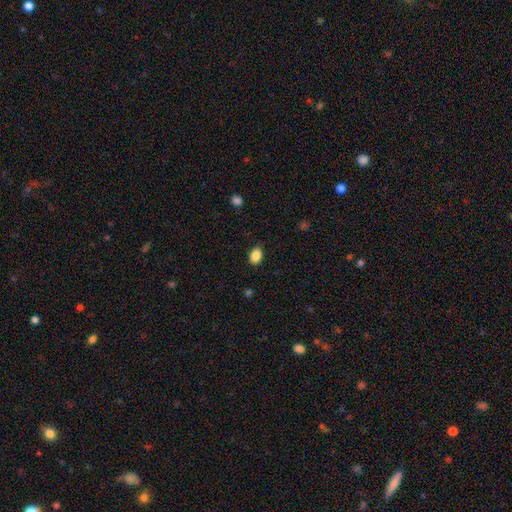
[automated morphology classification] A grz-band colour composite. It shows a smooth galaxy with no disk features (88%) that is in between round and cigar-shaped (81%). Merging: none (87%).